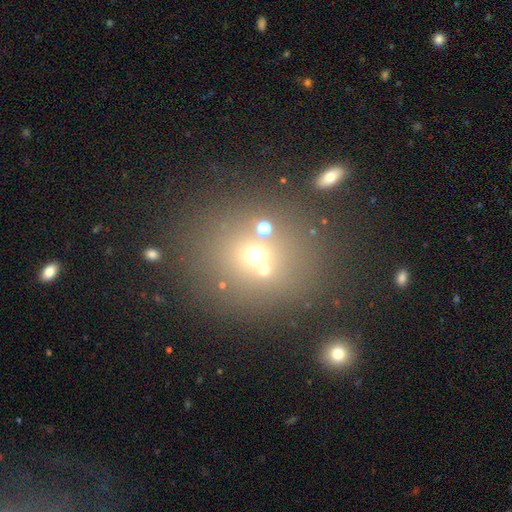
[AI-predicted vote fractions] A smooth galaxy with no disk features (55%) that is round (78%). Merging: none (61%).